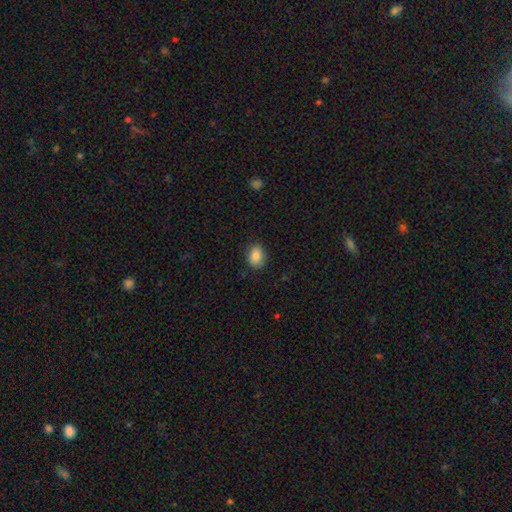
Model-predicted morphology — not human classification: Smooth or featured? smooth (86%)
How rounded? in between (68%)
Merging? none (86%)